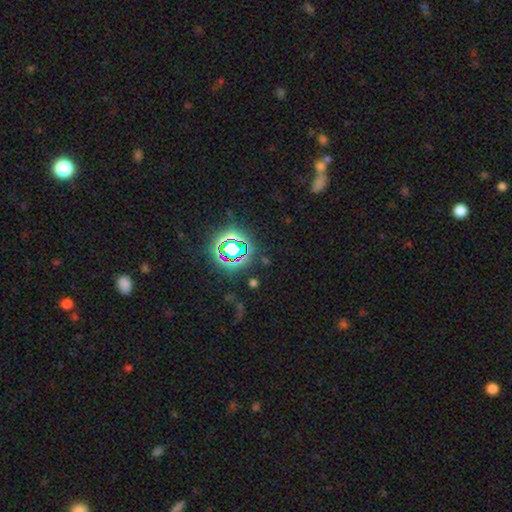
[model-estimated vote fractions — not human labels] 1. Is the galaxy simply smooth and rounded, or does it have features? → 75% star or artifact, 16% smooth, 9% featured or disk.